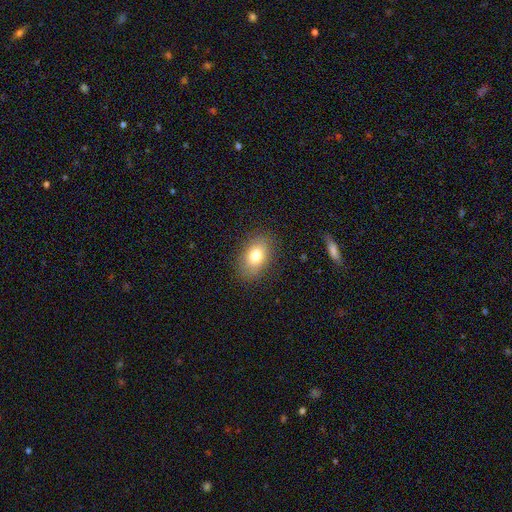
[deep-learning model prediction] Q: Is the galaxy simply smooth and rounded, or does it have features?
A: smooth — 77%.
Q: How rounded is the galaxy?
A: in between — 81%.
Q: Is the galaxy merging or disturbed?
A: none — 85%.